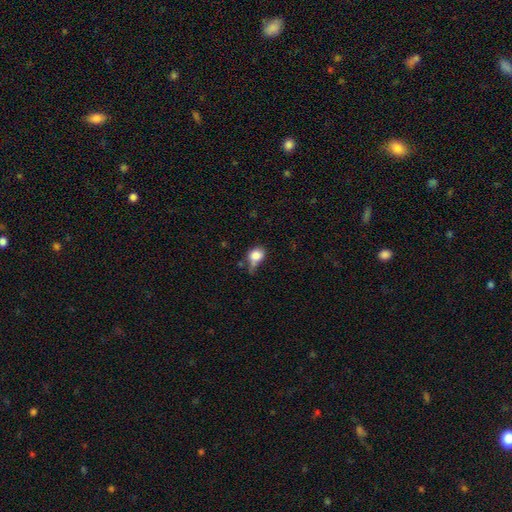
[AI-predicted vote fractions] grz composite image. It shows a smooth galaxy with no disk features (81%) that is round (57%). Merging: none (35%).